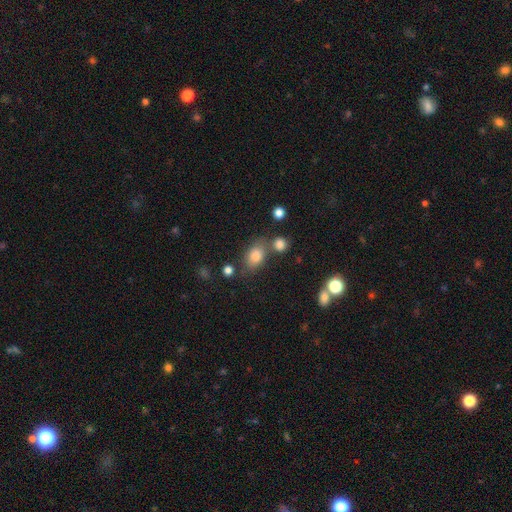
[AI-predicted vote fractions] Smooth or featured? Predicted: smooth (p=0.81). How rounded? Predicted: in between (p=0.79). Merging? Predicted: none (p=0.63).